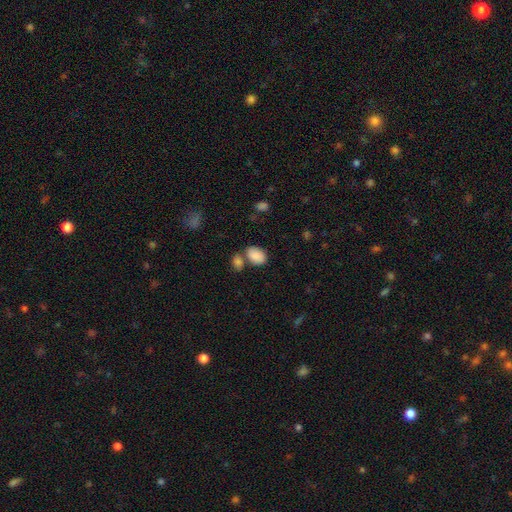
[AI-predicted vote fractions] smooth_or_featured: smooth (p=0.87) [alt: star or artifact p=0.07]
how_rounded: in between (p=0.85) [alt: round p=0.14]
merging: none (p=0.55) [alt: merger p=0.27]